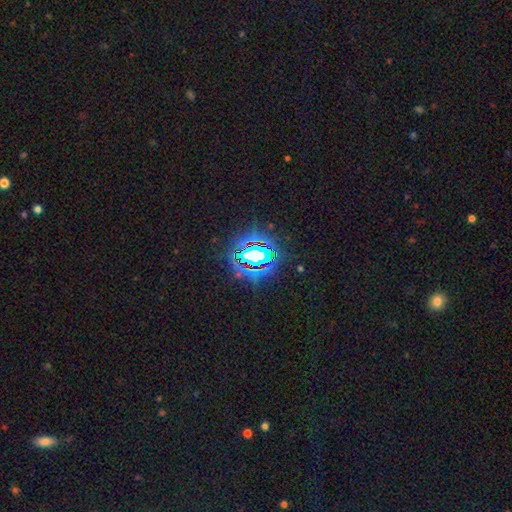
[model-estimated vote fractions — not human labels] Overall: star or artifact (73%).